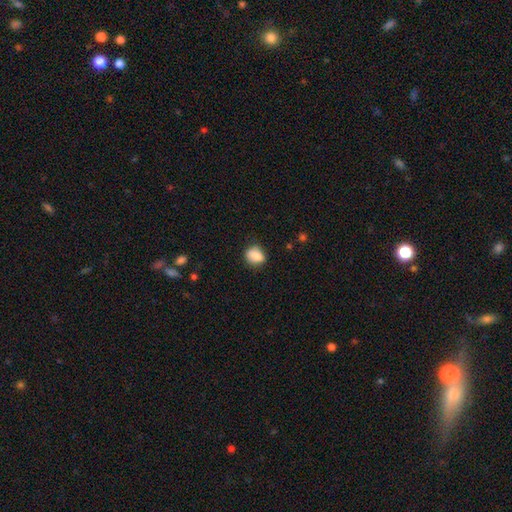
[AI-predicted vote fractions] Overall: smooth (84%). How rounded: in between (53%; round 46%). Merging: none (71%).